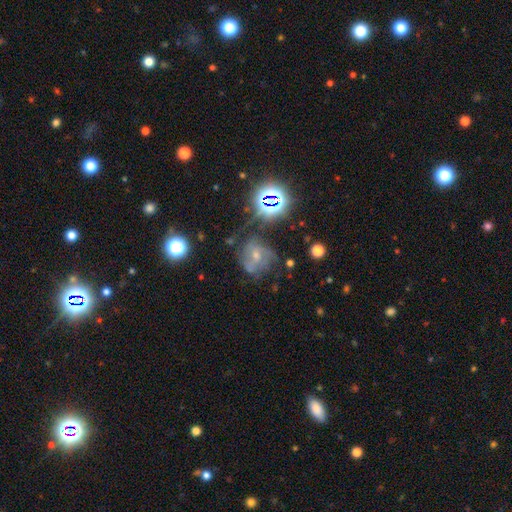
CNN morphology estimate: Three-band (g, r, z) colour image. It shows a featured or disk galaxy (53%) with no bar (49%), spiral arms (78%) and a moderate central bulge (49%). Merging: none (50%).